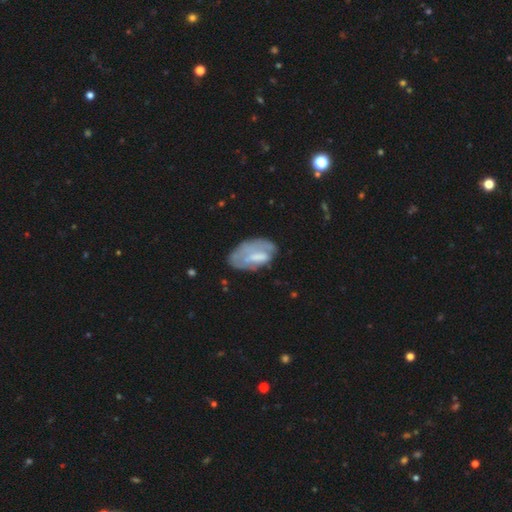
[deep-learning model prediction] Smooth or featured: smooth — 49% (featured or disk — 44%)
Merging: none — 48% (minor disturbance — 30%)